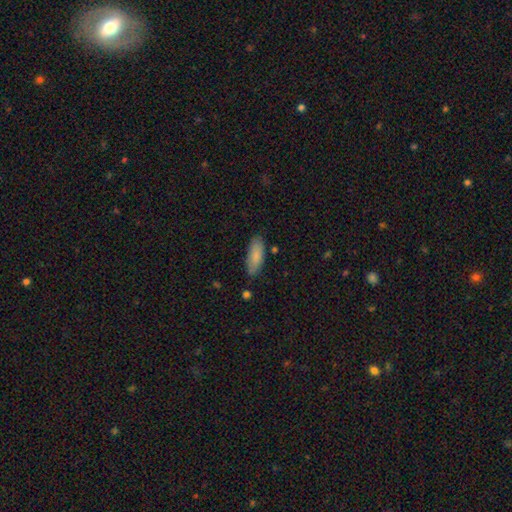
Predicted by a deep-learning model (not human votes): Overall: smooth (85%). How rounded: in between (71%). Merging: none (81%).